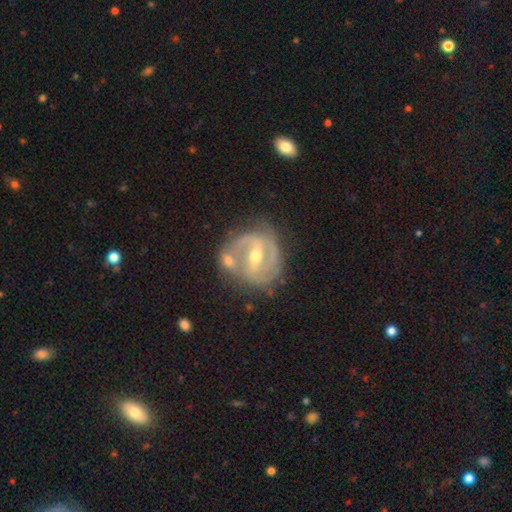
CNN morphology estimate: Smooth or featured? featured or disk (88%)
Edge-on disk? no (97%)
Bar? strong (45%)
Spiral arms? yes (94%)
Spiral winding? tight (46%)
Spiral arm count? 2 (67%)
Bulge size? moderate (60%)
Merging? none (60%)